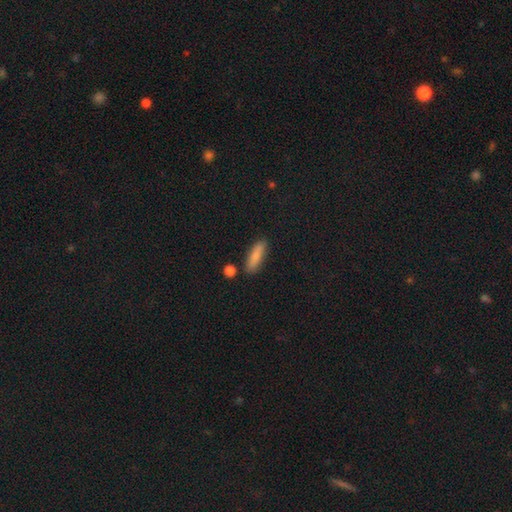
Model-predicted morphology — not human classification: Smooth or featured: smooth — 85% (featured or disk — 9%)
How rounded: cigar-shaped — 56% (in between — 41%)
Merging: none — 83% (minor disturbance — 10%)